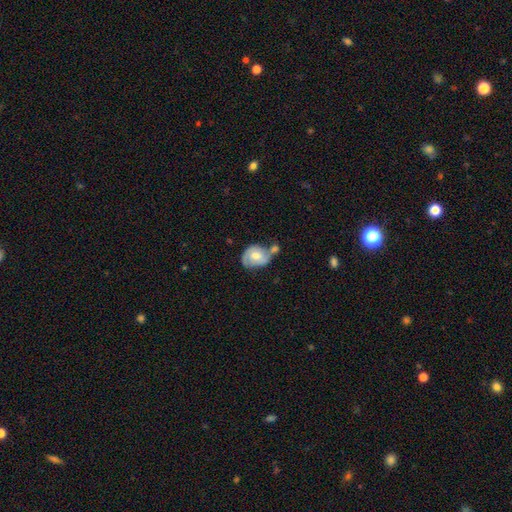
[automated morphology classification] A featured or disk galaxy (51%). Merging: merger (35%).